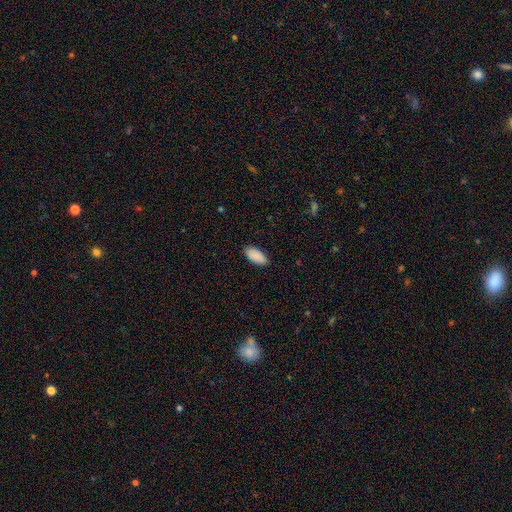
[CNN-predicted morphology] The model was most divided on "merging": none: 88%, minor disturbance: 9%, major disturbance: 2%, merger: 1%. More confident: how rounded — in between (93%); smooth or featured — smooth (91%).